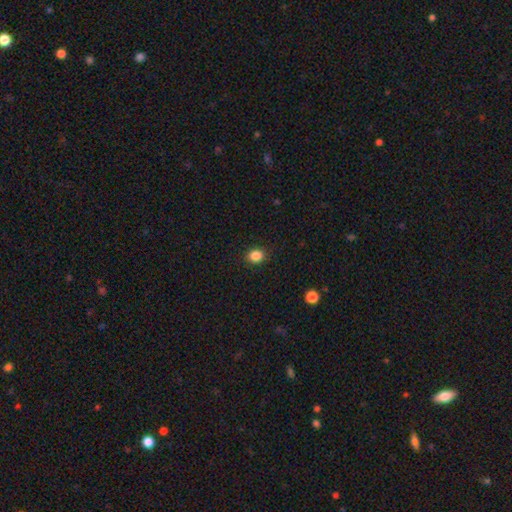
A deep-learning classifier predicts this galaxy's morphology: This is clearly a smooth galaxy (86%). How rounded: likely round (66%). Merging: clearly none (91%).